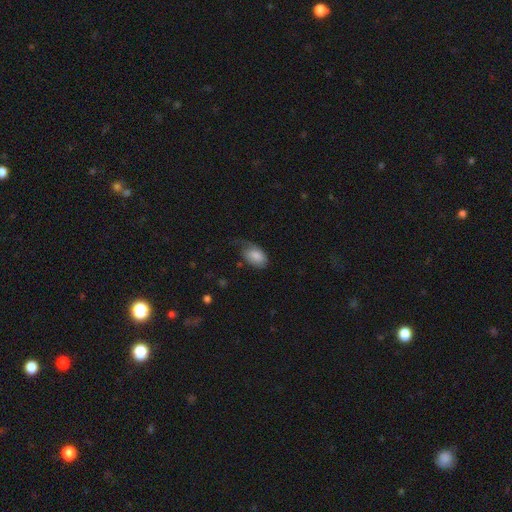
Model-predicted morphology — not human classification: Smooth or featured: smooth — 77% (featured or disk — 16%)
How rounded: in between — 91% (round — 7%)
Merging: none — 36% (minor disturbance — 35%)